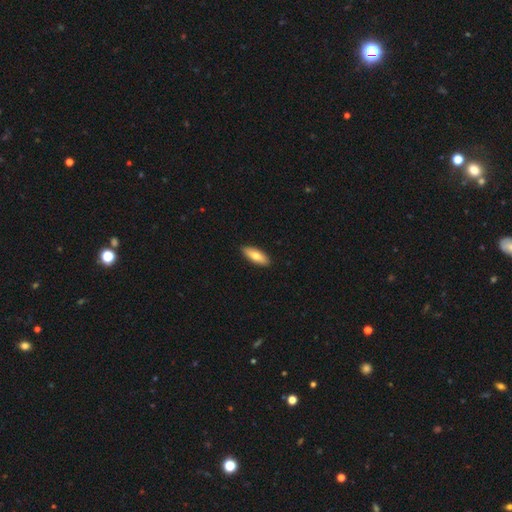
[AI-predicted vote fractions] Q: Smooth or featured?
A: smooth (71%); runner-up: featured or disk (23%)
Q: How rounded?
A: in between (66%); runner-up: cigar-shaped (32%)
Q: Merging?
A: none (90%); runner-up: minor disturbance (7%)